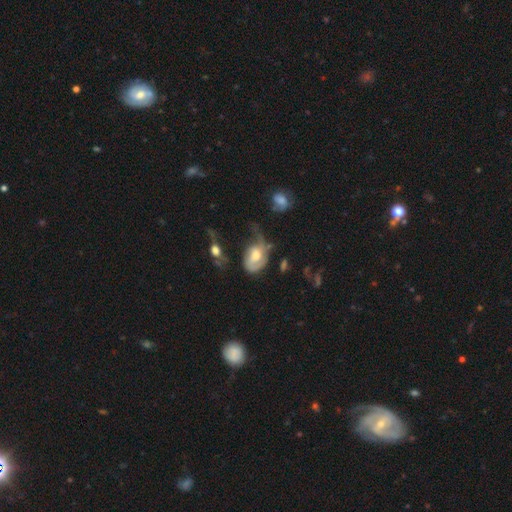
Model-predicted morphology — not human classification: type=featured or disk (53%); edge-on=no (95%); bar=no (65%); spiral arms=yes (66%); bulge=moderate (60%); merging=major disturbance (43%).